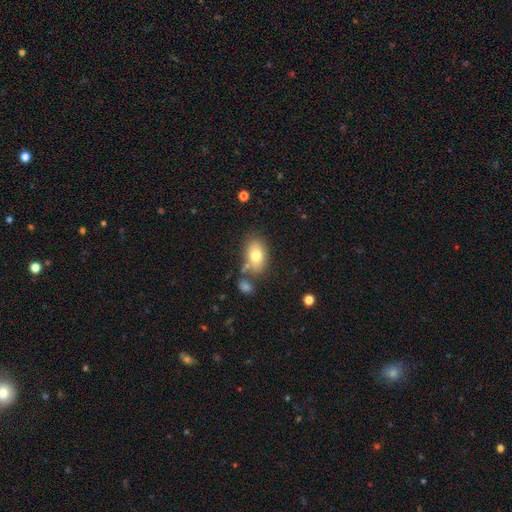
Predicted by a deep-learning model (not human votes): Smooth or featured?
  - smooth: 77% *
  - featured or disk: 15%
  - star or artifact: 8%
How rounded?
  - in between: 87% *
  - round: 11%
  - cigar-shaped: 2%
Merging?
  - none: 65% *
  - minor disturbance: 17%
  - merger: 12%
  - major disturbance: 5%